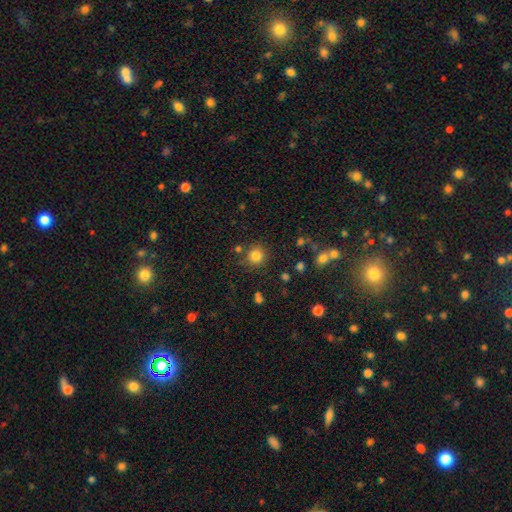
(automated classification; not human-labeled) This is clearly a smooth galaxy (82%). How rounded: clearly round (92%). Merging: clearly none (82%).